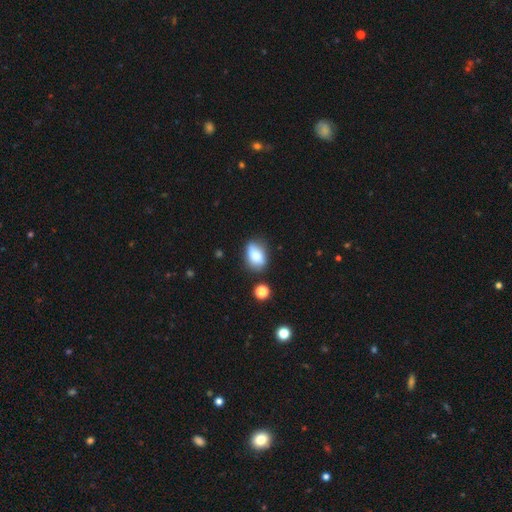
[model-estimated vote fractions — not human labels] Morphology: type=smooth (76%); roundness=in between (81%); merging=none (68%).